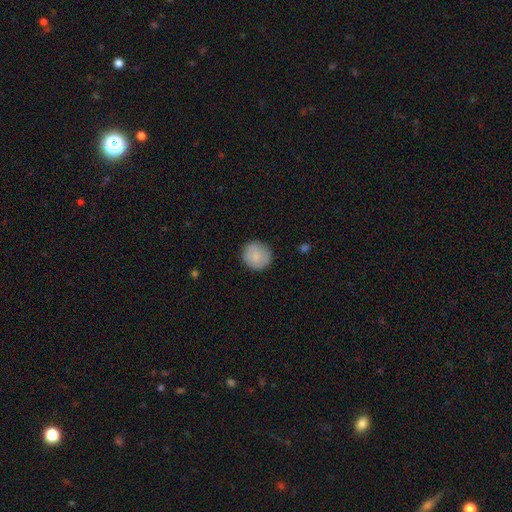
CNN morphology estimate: Smooth or featured? smooth (85%)
How rounded? round (94%)
Merging? none (88%)